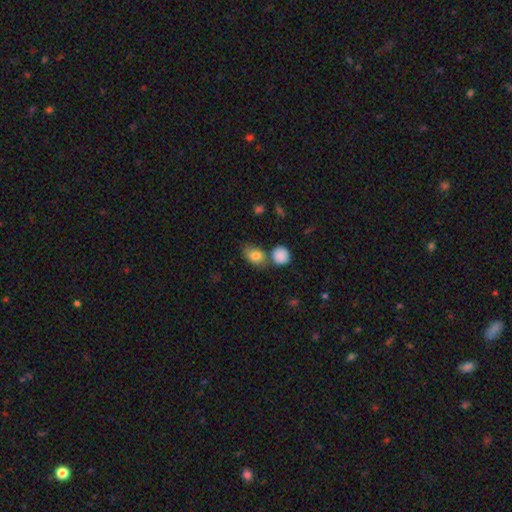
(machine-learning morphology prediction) smooth 82%, featured or disk 9%, star or artifact 9%. Down the decision tree: how rounded — in between (73%); merging — none (53%).